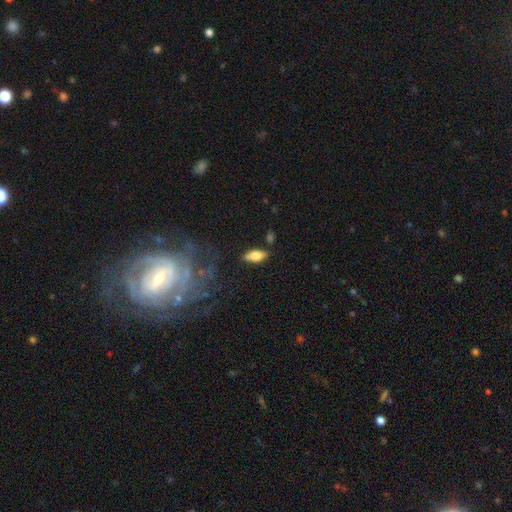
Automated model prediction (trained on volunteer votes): smooth 65%, featured or disk 28%, star or artifact 7%. Down the decision tree: how rounded — in between (80%); merging — none (77%).